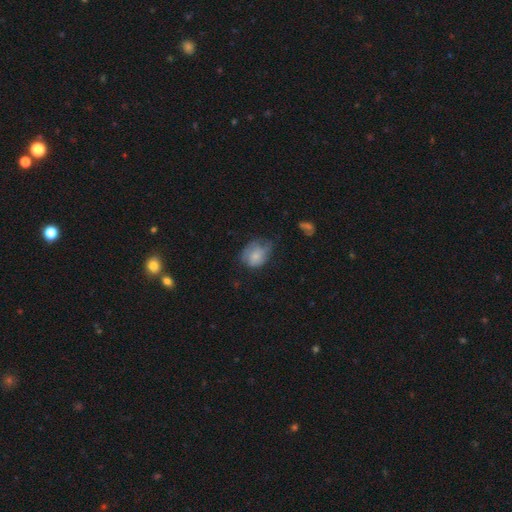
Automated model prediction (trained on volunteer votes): smooth-or-featured: smooth: 71% | featured or disk: 20% | star or artifact: 9%
  how-rounded: in between: 50% | round: 49% | cigar-shaped: 1%
  merging: minor disturbance: 39% | none: 38% | major disturbance: 21% | merger: 2%